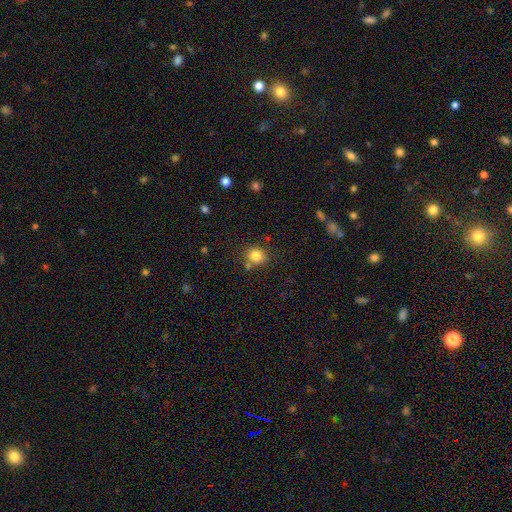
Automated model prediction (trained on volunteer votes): A smooth galaxy with no disk features (82%) that is round (84%). Merging: none (72%).